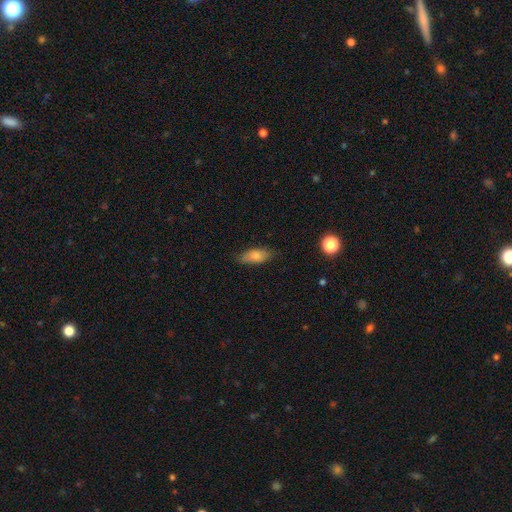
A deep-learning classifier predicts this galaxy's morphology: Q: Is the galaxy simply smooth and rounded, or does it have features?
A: smooth — 76%.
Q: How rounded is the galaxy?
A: in between — 80%.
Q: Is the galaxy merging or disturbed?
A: none — 78%.